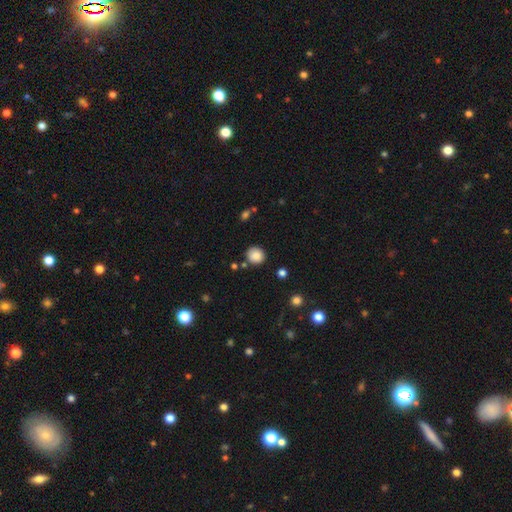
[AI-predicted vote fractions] This appears to be a smooth galaxy with no disk features (86%) that is round (86%). Merging: none (83%).